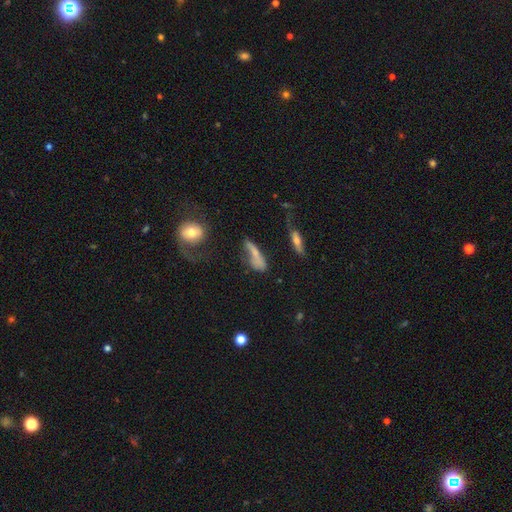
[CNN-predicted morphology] A smooth galaxy with no disk features (59%) that is cigar-shaped (49%). Merging: none (32%).